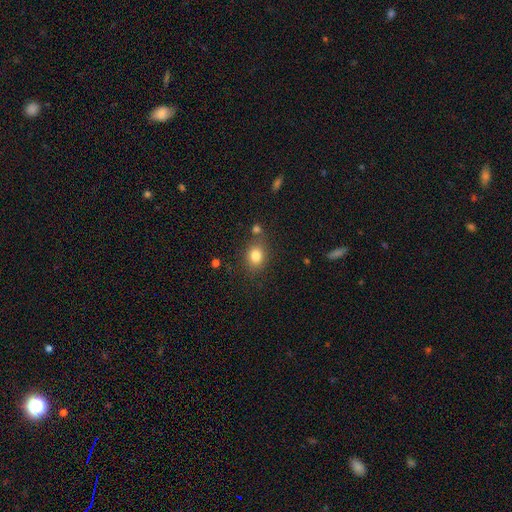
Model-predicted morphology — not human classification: Smooth or featured?
  - smooth: 81% *
  - star or artifact: 11%
  - featured or disk: 7%
How rounded?
  - round: 54% *
  - in between: 45%
  - cigar-shaped: 1%
Merging?
  - none: 74% *
  - minor disturbance: 13%
  - merger: 9%
  - major disturbance: 4%